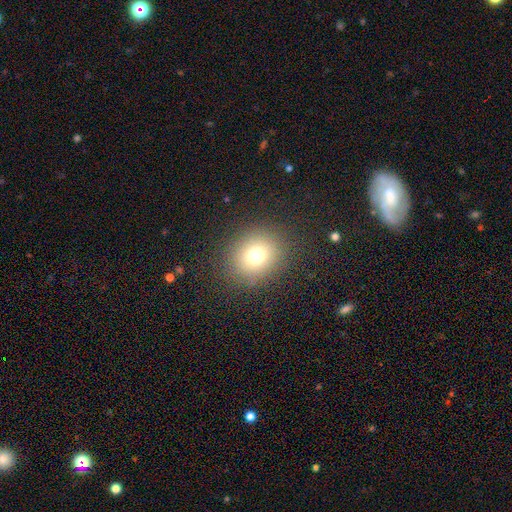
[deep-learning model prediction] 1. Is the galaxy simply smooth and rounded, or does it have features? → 72% smooth, 17% star or artifact, 10% featured or disk.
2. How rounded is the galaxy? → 76% round, 23% in between, 1% cigar-shaped.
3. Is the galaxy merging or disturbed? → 86% none, 8% minor disturbance, 5% major disturbance, 1% merger.